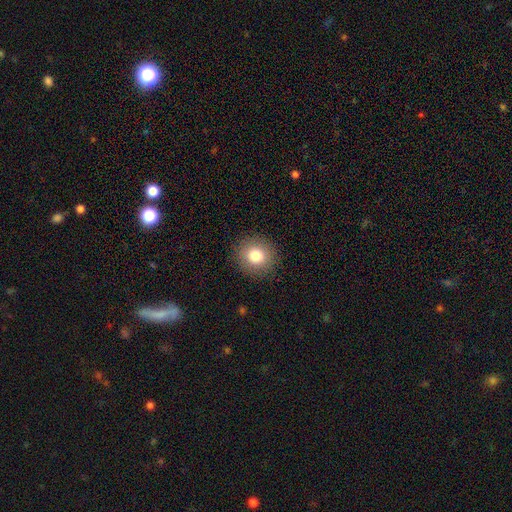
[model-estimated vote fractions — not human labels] Morphology: type=smooth (80%); roundness=round (91%); merging=none (91%).